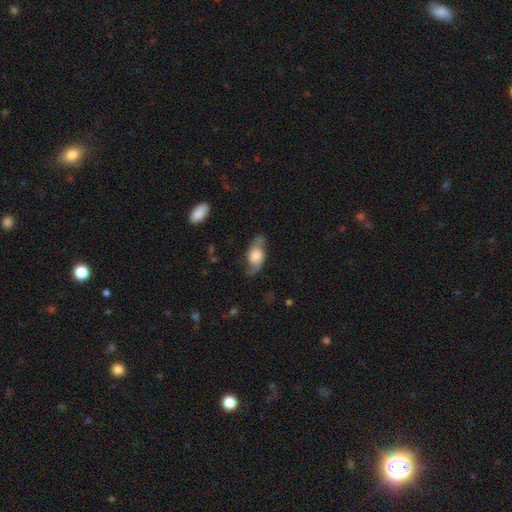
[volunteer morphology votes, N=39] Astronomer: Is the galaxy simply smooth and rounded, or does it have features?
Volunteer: featured or disk — 64%.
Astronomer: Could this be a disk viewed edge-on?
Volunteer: no — 80%.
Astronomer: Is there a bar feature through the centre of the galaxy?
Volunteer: no — 70%.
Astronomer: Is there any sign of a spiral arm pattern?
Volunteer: yes — 95%.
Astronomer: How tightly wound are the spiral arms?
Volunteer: loose — 58%.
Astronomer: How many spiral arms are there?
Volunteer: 2 — 89%.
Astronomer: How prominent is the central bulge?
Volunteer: large — 70%.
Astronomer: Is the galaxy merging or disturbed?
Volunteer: none — 69%.